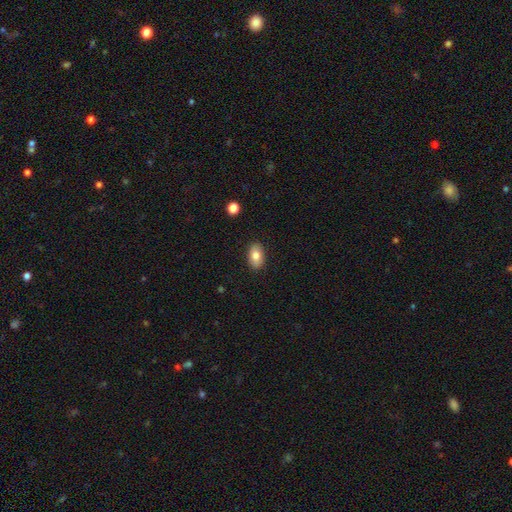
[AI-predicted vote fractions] Smooth or featured?
  - smooth: 81% *
  - featured or disk: 12%
  - star or artifact: 7%
How rounded?
  - in between: 90% *
  - round: 8%
  - cigar-shaped: 2%
Merging?
  - none: 89% *
  - minor disturbance: 8%
  - major disturbance: 2%
  - merger: 1%